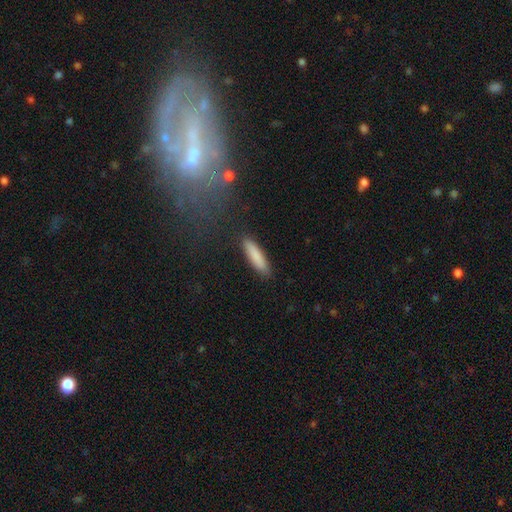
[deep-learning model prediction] smooth_or_featured: smooth (p=0.86) [alt: featured or disk p=0.08]
how_rounded: cigar-shaped (p=0.78) [alt: in between p=0.21]
merging: none (p=0.89) [alt: minor disturbance p=0.08]